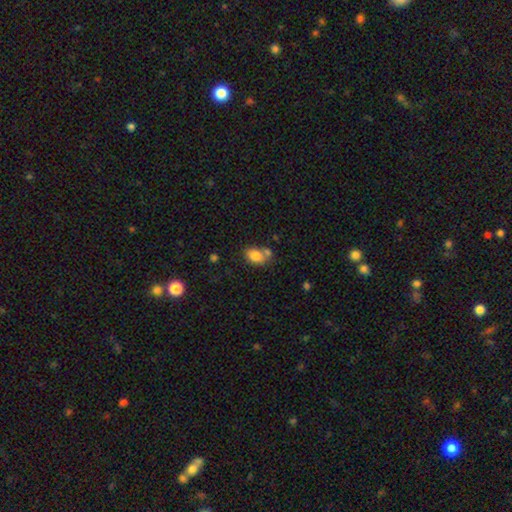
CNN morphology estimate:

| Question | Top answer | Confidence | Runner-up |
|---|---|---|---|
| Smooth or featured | smooth | 82% | featured or disk (9%) |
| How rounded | in between | 80% | round (19%) |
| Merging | none | 45% | merger (33%) |